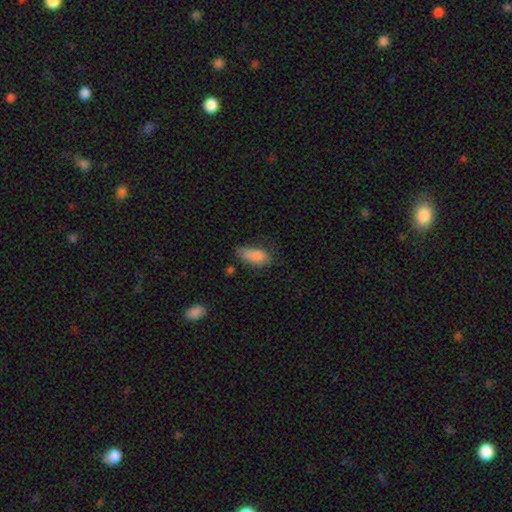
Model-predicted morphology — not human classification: Smooth or featured? smooth (86%)
How rounded? in between (86%)
Merging? none (55%)